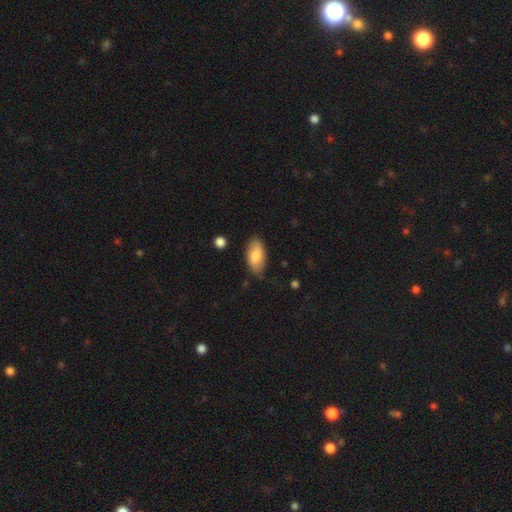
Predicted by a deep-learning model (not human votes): Q: Smooth or featured?
A: smooth (80%); runner-up: featured or disk (14%)
Q: How rounded?
A: in between (93%); runner-up: cigar-shaped (5%)
Q: Merging?
A: none (79%); runner-up: minor disturbance (17%)